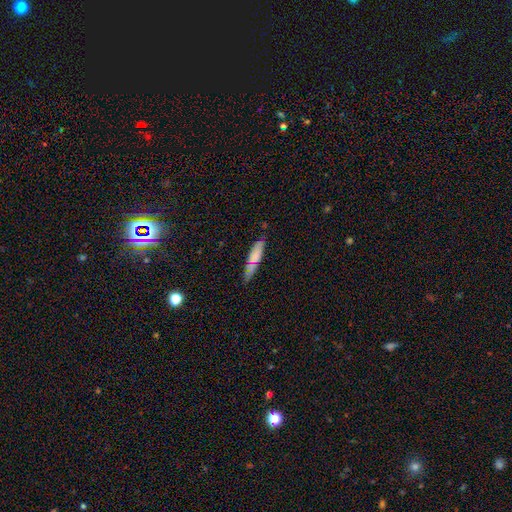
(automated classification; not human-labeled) Smooth or featured?
  - smooth: 68% *
  - featured or disk: 24%
  - star or artifact: 9%
How rounded?
  - cigar-shaped: 76% *
  - in between: 23%
  - round: 2%
Merging?
  - none: 75% *
  - minor disturbance: 18%
  - major disturbance: 4%
  - merger: 4%